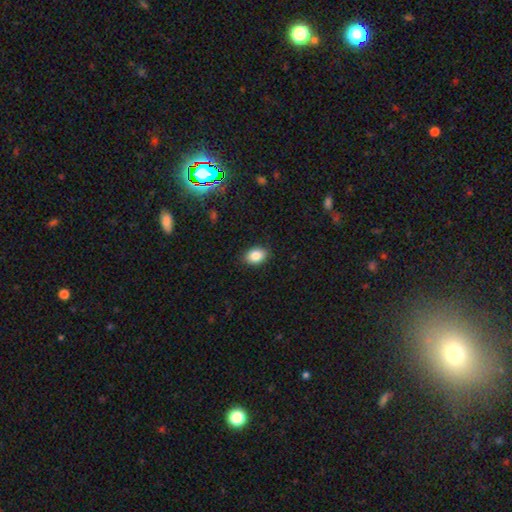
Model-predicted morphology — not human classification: This is clearly a smooth galaxy (85%). How rounded: likely in between (78%). Merging: clearly none (88%).